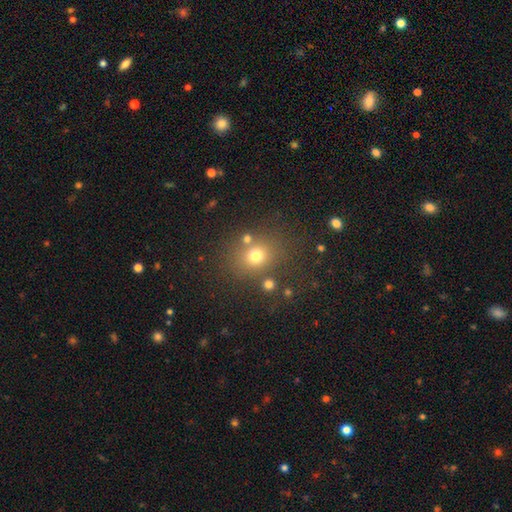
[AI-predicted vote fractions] Overall: smooth (71%). How rounded: round (73%). Merging: none (74%).